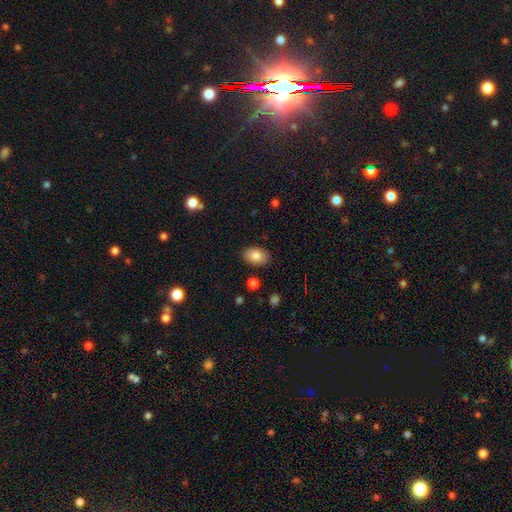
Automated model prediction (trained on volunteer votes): Smooth or featured? smooth (83%)
How rounded? in between (88%)
Merging? none (87%)